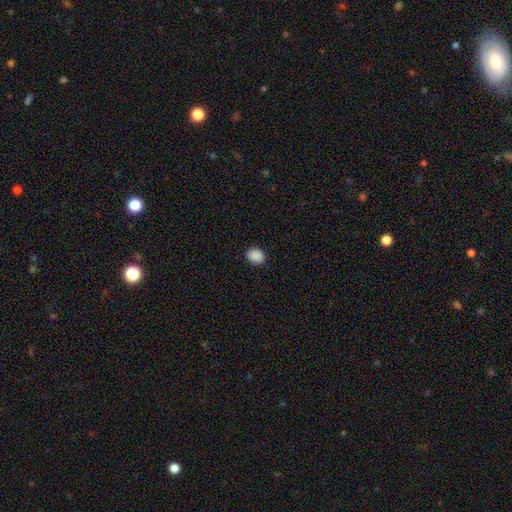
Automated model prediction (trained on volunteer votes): Smooth or featured? smooth (89%)
How rounded? round (54%)
Merging? none (90%)